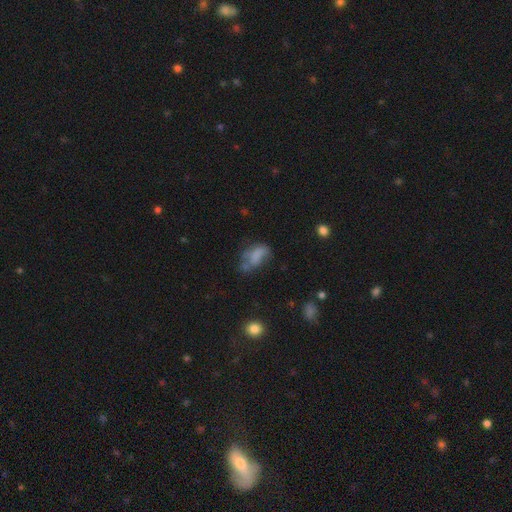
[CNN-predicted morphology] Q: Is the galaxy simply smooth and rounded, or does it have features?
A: smooth — 64%.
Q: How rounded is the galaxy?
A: in between — 87%.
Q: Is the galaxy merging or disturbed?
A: none — 34%.